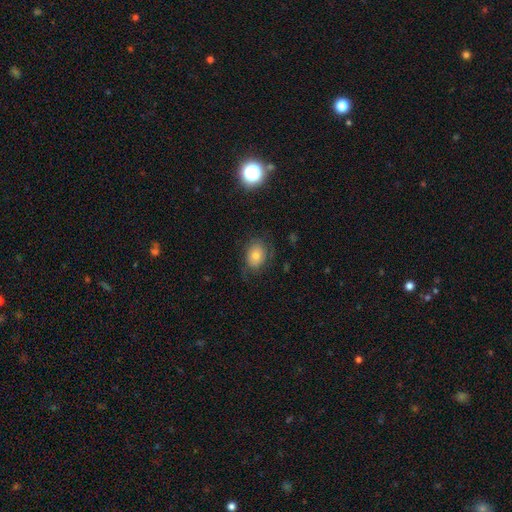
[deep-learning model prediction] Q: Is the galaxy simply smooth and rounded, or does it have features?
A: smooth — 69%.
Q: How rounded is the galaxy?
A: in between — 64%.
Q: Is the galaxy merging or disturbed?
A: none — 71%.